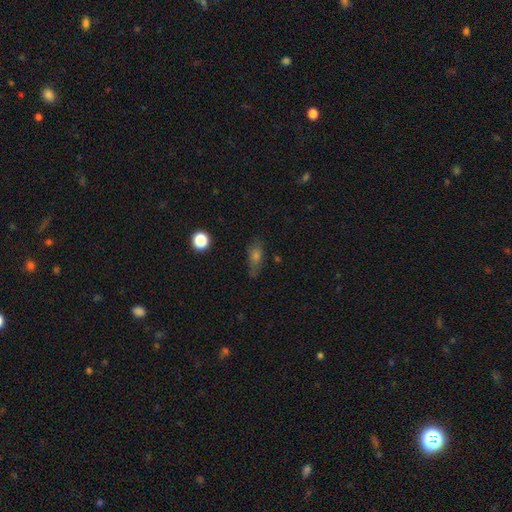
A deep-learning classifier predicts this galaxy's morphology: Smooth or featured: smooth — 61% (star or artifact — 20%)
How rounded: in between — 66% (cigar-shaped — 19%)
Merging: none — 66% (minor disturbance — 23%)